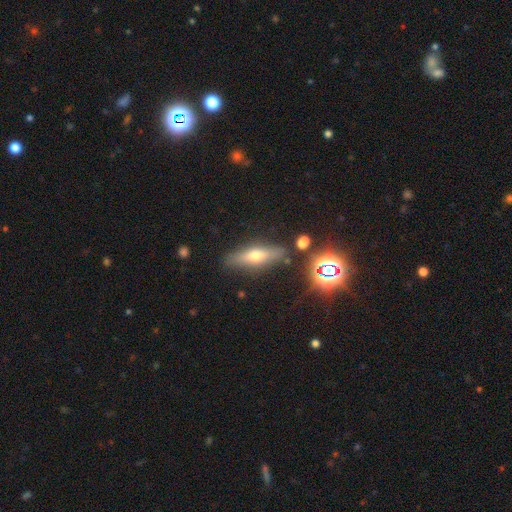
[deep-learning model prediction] smooth-or-featured: featured or disk: 44% | smooth: 43% | star or artifact: 14%
  merging: none: 84% | minor disturbance: 10% | merger: 3% | major disturbance: 3%